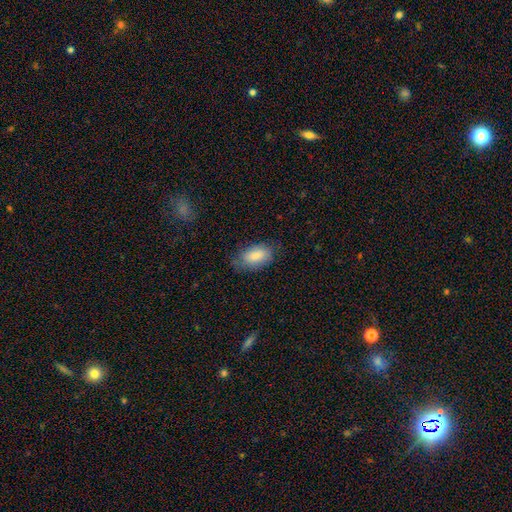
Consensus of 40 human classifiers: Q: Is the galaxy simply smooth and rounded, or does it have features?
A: smooth — 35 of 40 (88%).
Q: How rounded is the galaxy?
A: in between — 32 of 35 (91%).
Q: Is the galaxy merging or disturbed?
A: none — 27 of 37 (73%).